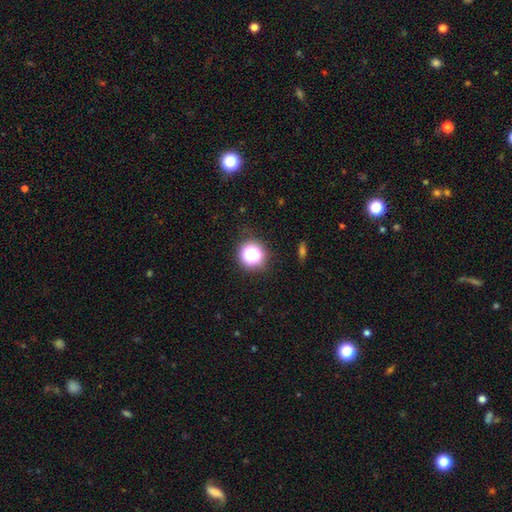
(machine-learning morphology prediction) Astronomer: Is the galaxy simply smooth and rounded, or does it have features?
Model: star or artifact — 47% (runner-up: smooth, 44%).